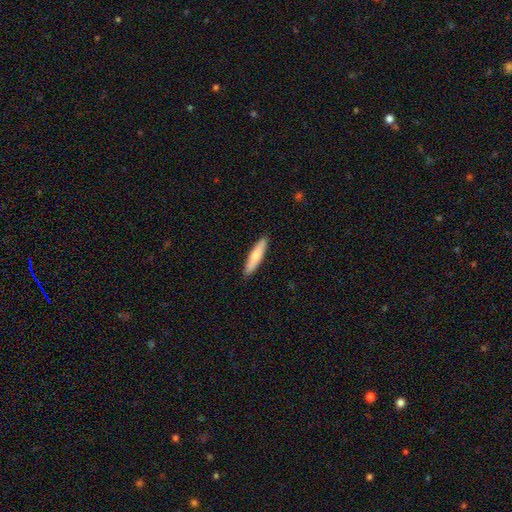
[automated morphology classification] A smooth galaxy with no disk features (74%) that is cigar-shaped (83%). Merging: none (90%).